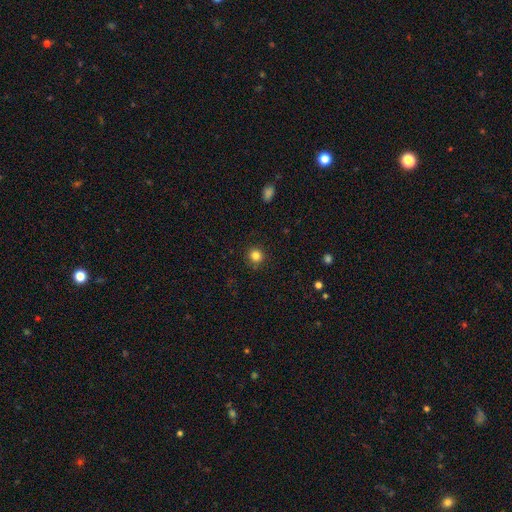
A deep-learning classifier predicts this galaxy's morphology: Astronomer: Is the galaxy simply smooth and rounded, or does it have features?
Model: smooth — 83%.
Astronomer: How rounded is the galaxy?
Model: round — 93%.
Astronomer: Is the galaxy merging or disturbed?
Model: none — 91%.